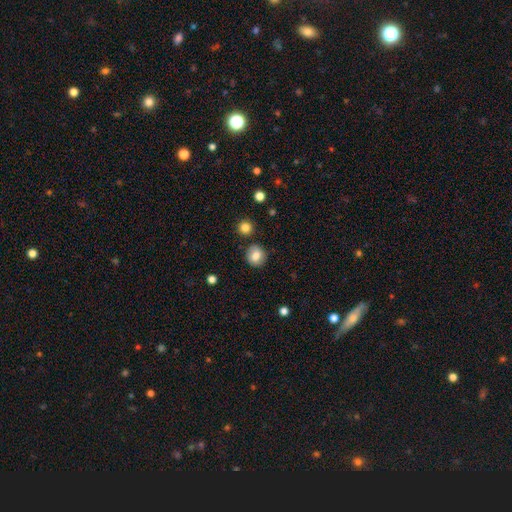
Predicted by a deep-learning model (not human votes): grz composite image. It shows a smooth galaxy with no disk features (80%) that is round (84%). Merging: none (86%).